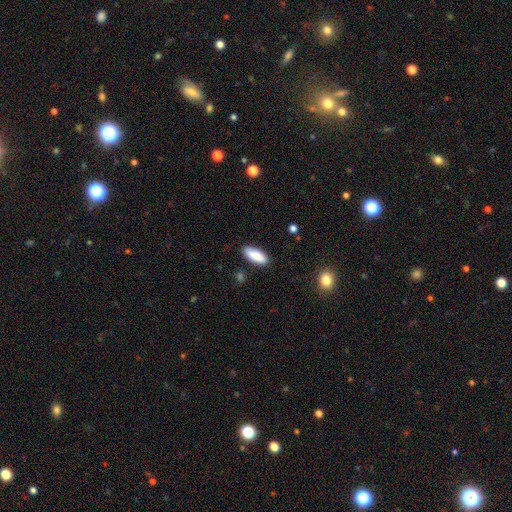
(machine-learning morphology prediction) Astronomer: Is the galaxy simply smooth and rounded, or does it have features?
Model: smooth — 88%.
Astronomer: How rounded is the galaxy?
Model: in between — 70%.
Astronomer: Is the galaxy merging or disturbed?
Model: none — 85%.